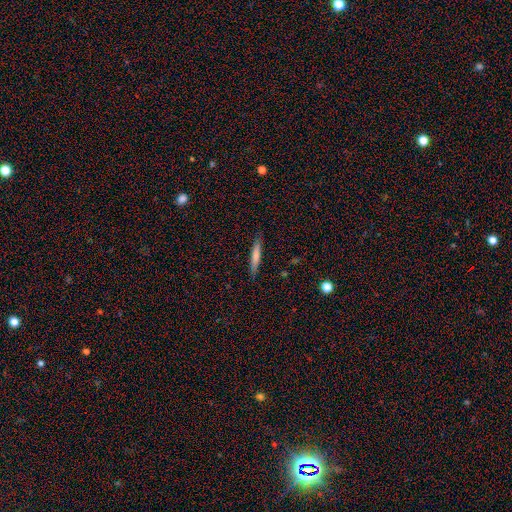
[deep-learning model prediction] Smooth or featured? smooth (70%)
How rounded? cigar-shaped (93%)
Merging? none (88%)